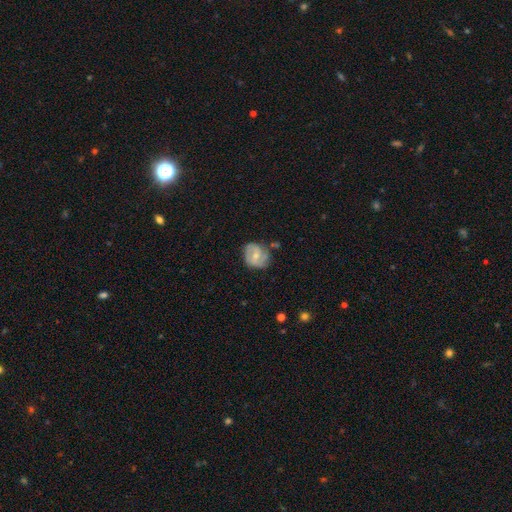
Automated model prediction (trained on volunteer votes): A featured or disk galaxy (68%) with a weak bar (49%), 2 (62%) medium (46%) spiral arms (89%) and a small central bulge (50%).

Vote fractions:
- Smooth or featured? featured or disk: 68% / smooth: 25% / star or artifact: 6%
- Edge-on disk? no: 97% / yes: 3%
- Bar? weak: 49% / no: 38% / strong: 13%
- Spiral arms? yes: 89% / no: 11%
- Spiral winding? medium: 46% / tight: 35% / loose: 19%
- Spiral arm count? 2: 62% / can't tell: 15% / 3: 14% / 1: 4% / 4: 2% / more than 4: 2%
- Bulge size? small: 50% / moderate: 45% / none: 3% / large: 1% / dominant: 1%
- Merging? none: 62% / minor disturbance: 25% / major disturbance: 8% / merger: 5%